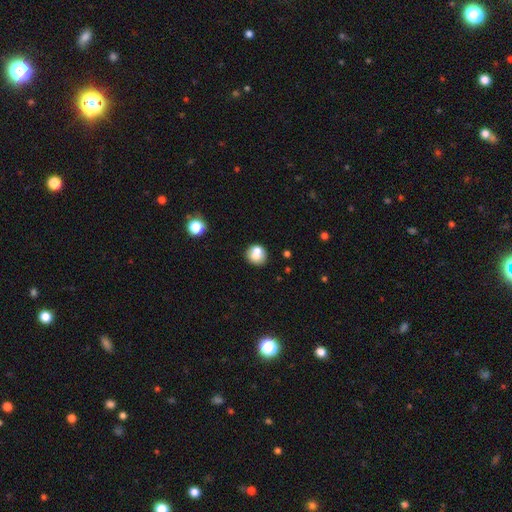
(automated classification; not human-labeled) Smooth or featured?
  - smooth: 71% *
  - featured or disk: 19%
  - star or artifact: 10%
How rounded?
  - round: 82% *
  - in between: 17%
  - cigar-shaped: 1%
Merging?
  - none: 52% *
  - merger: 32%
  - minor disturbance: 11%
  - major disturbance: 5%